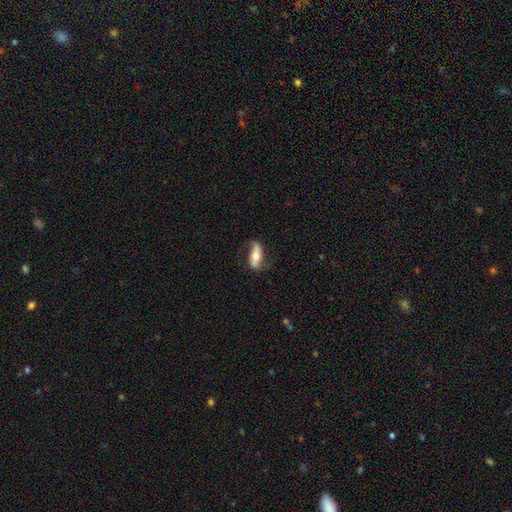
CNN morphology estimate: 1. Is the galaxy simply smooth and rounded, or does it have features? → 50% smooth, 44% featured or disk, 6% star or artifact.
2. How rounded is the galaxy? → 63% in between, 34% cigar-shaped, 3% round.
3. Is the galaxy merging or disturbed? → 66% none, 23% minor disturbance, 10% major disturbance, 2% merger.